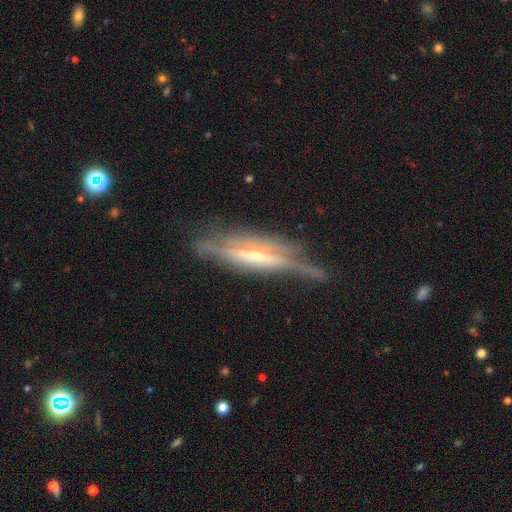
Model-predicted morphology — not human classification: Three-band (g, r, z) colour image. It shows a featured or disk galaxy (81%) viewed edge-on (89%) with a rounded central bulge (59%). Merging: none (66%).